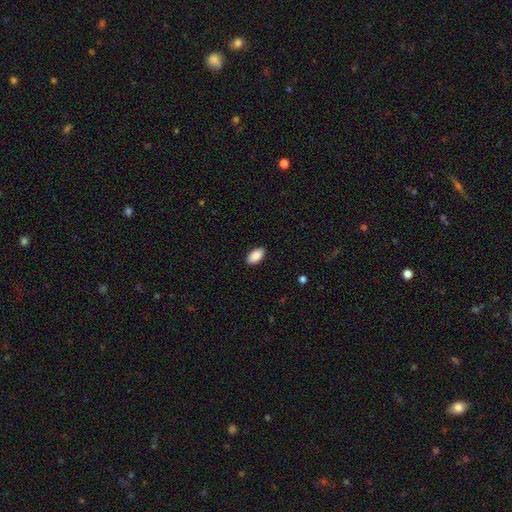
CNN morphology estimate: This is clearly a smooth galaxy (90%). How rounded: clearly in between (95%). Merging: clearly none (89%).